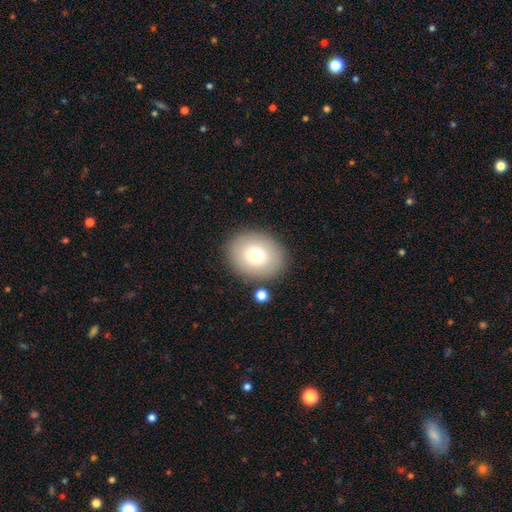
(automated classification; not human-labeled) This appears to be a smooth galaxy with no disk features (75%) that is round (59%). Merging: none (86%).